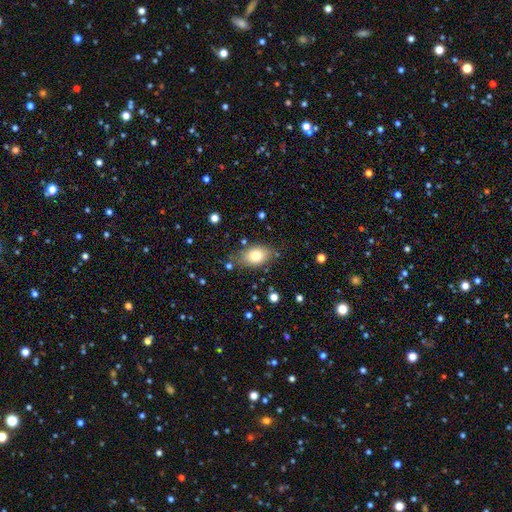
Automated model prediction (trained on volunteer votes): Smooth or featured?
  - smooth: 77% *
  - featured or disk: 14%
  - star or artifact: 9%
How rounded?
  - in between: 83% *
  - round: 15%
  - cigar-shaped: 2%
Merging?
  - none: 77% *
  - minor disturbance: 15%
  - major disturbance: 4%
  - merger: 3%